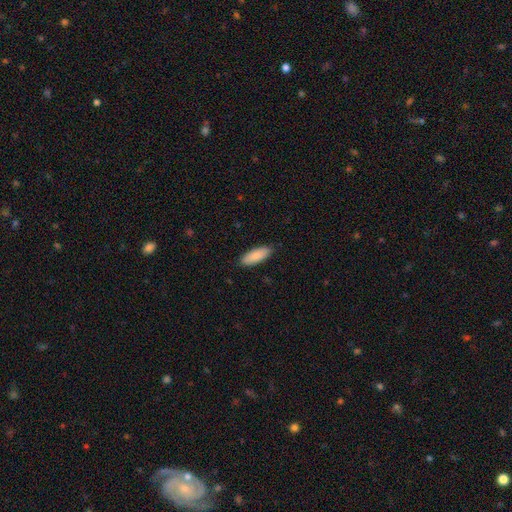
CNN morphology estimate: smooth_or_featured: smooth (p=0.88) [alt: featured or disk p=0.07]
how_rounded: in between (p=0.69) [alt: cigar-shaped p=0.30]
merging: none (p=0.88) [alt: minor disturbance p=0.10]